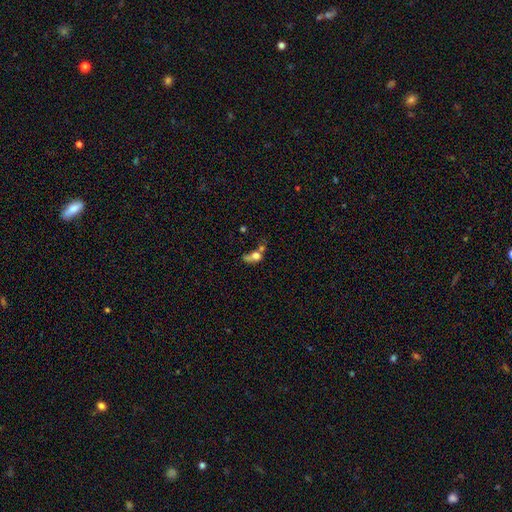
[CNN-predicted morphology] This is likely a smooth galaxy (64%). How rounded: possibly in between (57%). Merging: possibly merger (46%).